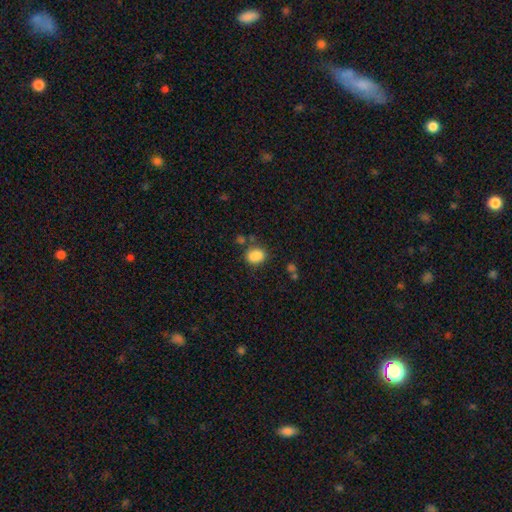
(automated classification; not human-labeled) Smooth or featured? Predicted: smooth (p=0.85). How rounded? Predicted: in between (p=0.62). Merging? Predicted: none (p=0.67).